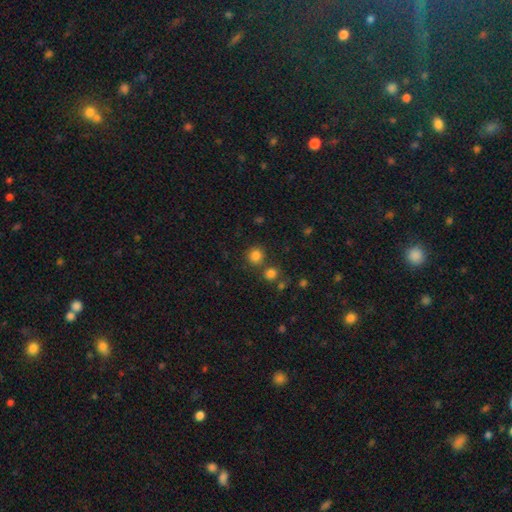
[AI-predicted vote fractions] Q: Smooth or featured?
A: smooth (81%); runner-up: star or artifact (14%)
Q: How rounded?
A: round (89%); runner-up: in between (11%)
Q: Merging?
A: none (76%); runner-up: merger (13%)